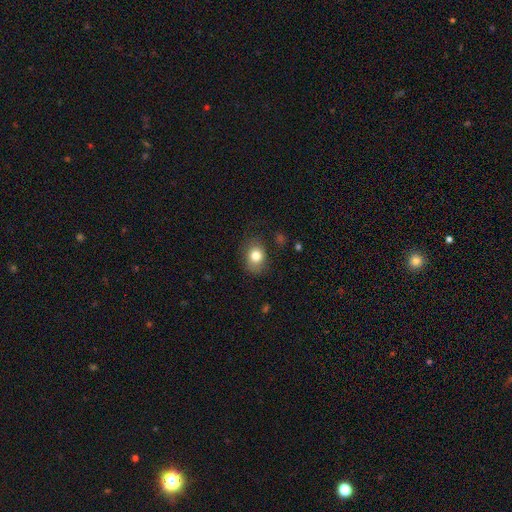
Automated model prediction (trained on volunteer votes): smooth-or-featured: smooth: 81% | featured or disk: 10% | star or artifact: 9%
  how-rounded: in between: 54% | round: 45% | cigar-shaped: 1%
  merging: none: 73% | minor disturbance: 19% | major disturbance: 6% | merger: 1%